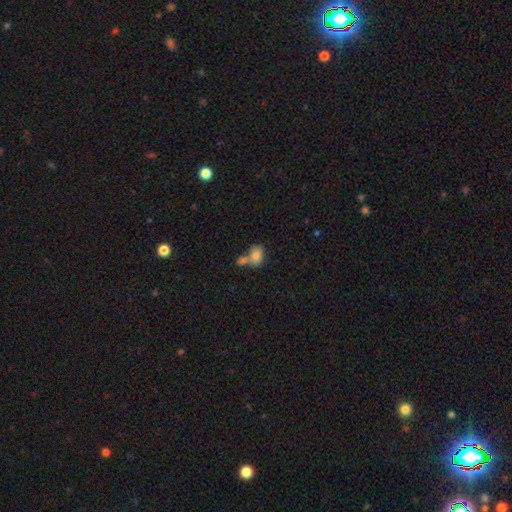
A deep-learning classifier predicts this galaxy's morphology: Smooth or featured? smooth (80%)
How rounded? in between (73%)
Merging? merger (51%)